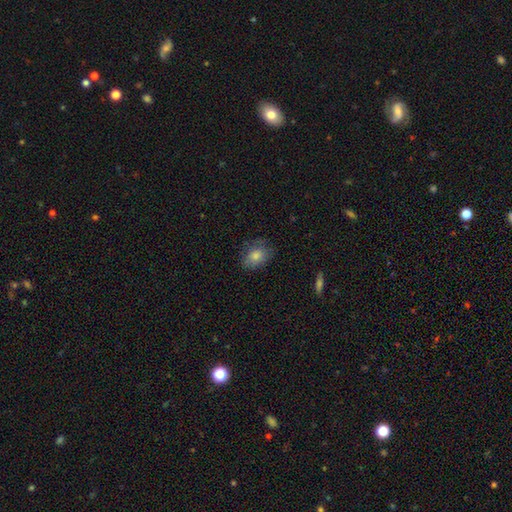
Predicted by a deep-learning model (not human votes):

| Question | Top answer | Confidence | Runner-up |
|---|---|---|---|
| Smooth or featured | smooth | 70% | featured or disk (18%) |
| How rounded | in between | 65% | round (34%) |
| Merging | none | 75% | minor disturbance (19%) |